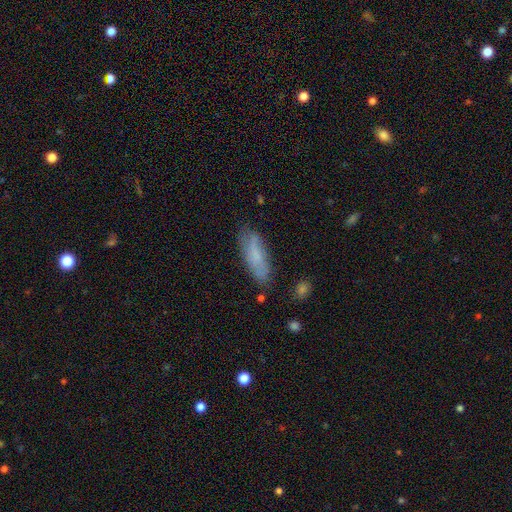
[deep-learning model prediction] A smooth galaxy with no disk features (69%) that is in between round and cigar-shaped (54%). Merging: none (74%).